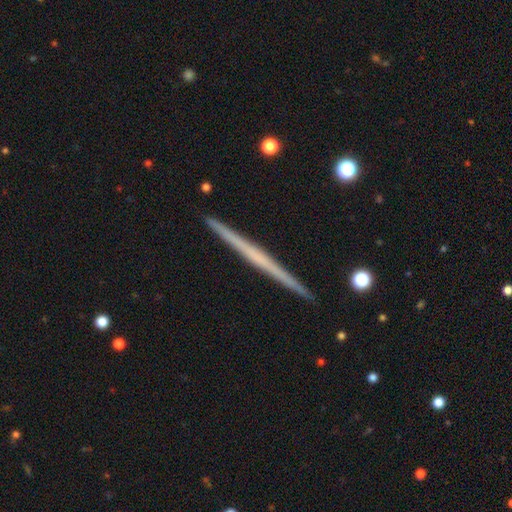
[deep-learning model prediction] smooth-or-featured: featured or disk: 65% | smooth: 29% | star or artifact: 6%
  disk-edge-on: yes: 98% | no: 2%
    edge-on-bulge: none: 87% | rounded: 9% | boxy: 4%
  merging: none: 93% | minor disturbance: 5% | merger: 1% | major disturbance: 1%